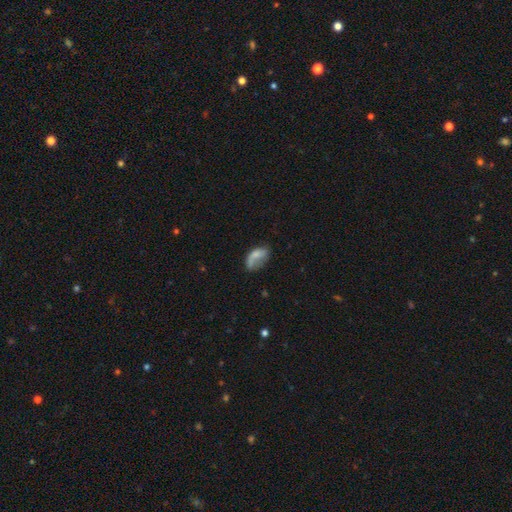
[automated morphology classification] A smooth galaxy with no disk features (58%) that is in between round and cigar-shaped (90%).

Vote fractions:
- Smooth or featured? smooth: 58% / featured or disk: 33% / star or artifact: 9%
- How rounded? in between: 90% / round: 7% / cigar-shaped: 3%
- Merging? none: 35% / major disturbance: 30% / minor disturbance: 28% / merger: 7%